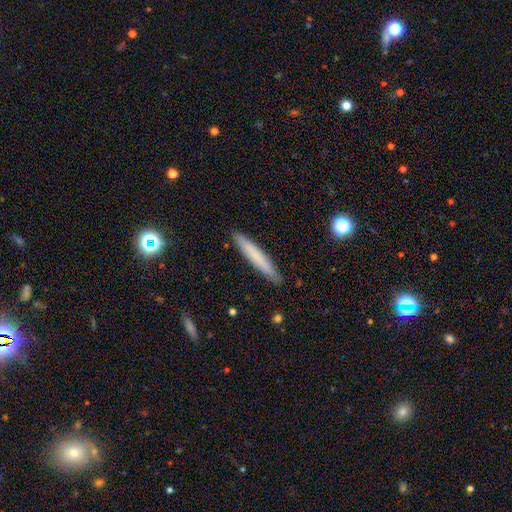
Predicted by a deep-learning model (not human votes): smooth_or_featured: smooth (p=0.71) [alt: featured or disk p=0.22]
how_rounded: cigar-shaped (p=0.95) [alt: in between p=0.04]
merging: none (p=0.90) [alt: minor disturbance p=0.07]